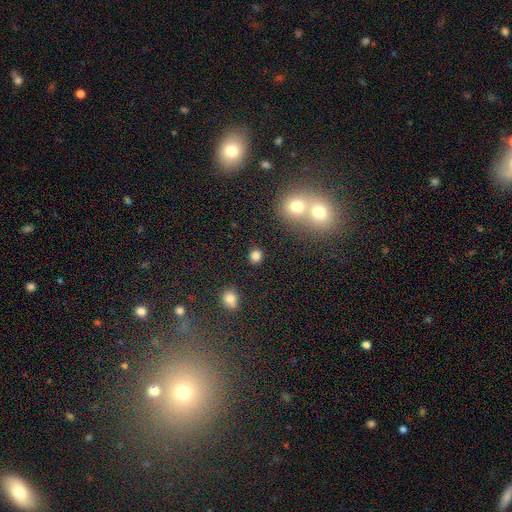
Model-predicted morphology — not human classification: Overall: smooth (82%). How rounded: round (76%). Merging: none (85%).